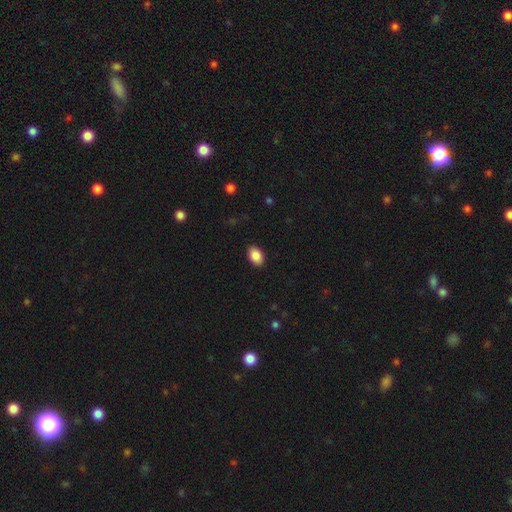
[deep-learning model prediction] smooth-or-featured: smooth: 88% | star or artifact: 8% | featured or disk: 5%
  how-rounded: in between: 85% | round: 14% | cigar-shaped: 1%
  merging: none: 90% | minor disturbance: 8% | major disturbance: 2% | merger: 1%